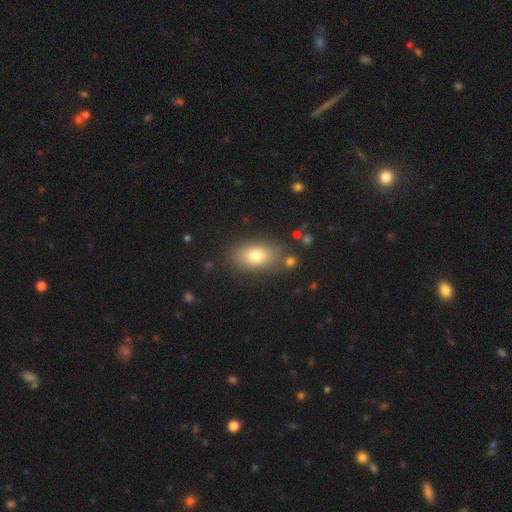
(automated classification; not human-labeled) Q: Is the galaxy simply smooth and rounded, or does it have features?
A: smooth — 78%.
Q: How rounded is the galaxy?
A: in between — 87%.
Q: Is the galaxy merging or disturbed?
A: none — 79%.